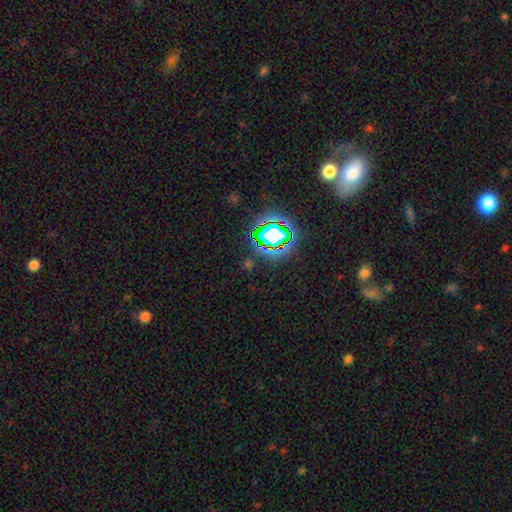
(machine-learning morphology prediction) smooth_or_featured: star or artifact (p=0.74) [alt: smooth p=0.16]